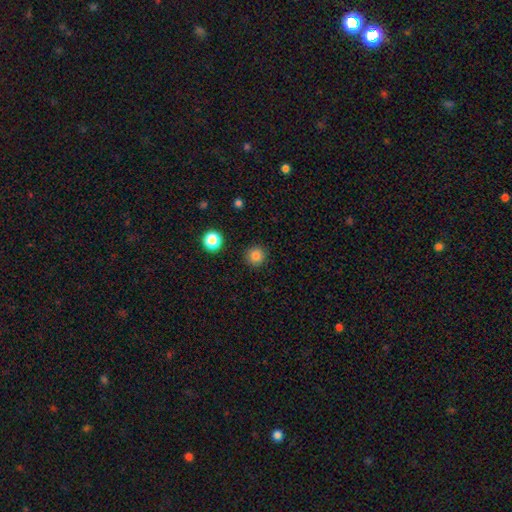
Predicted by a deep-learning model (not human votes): This is clearly a smooth galaxy (84%). How rounded: clearly round (95%). Merging: clearly none (91%).